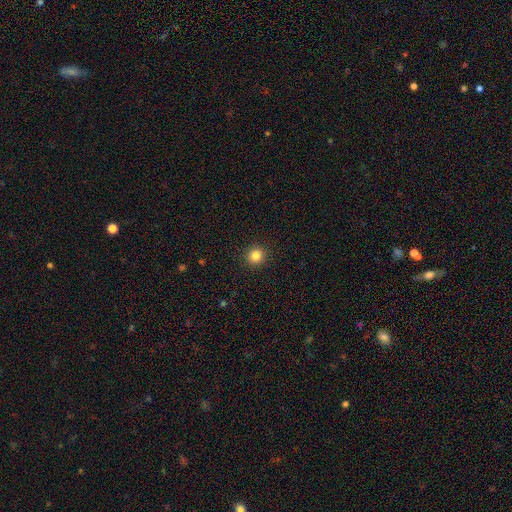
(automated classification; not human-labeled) Smooth or featured? smooth (84%)
How rounded? round (95%)
Merging? none (93%)